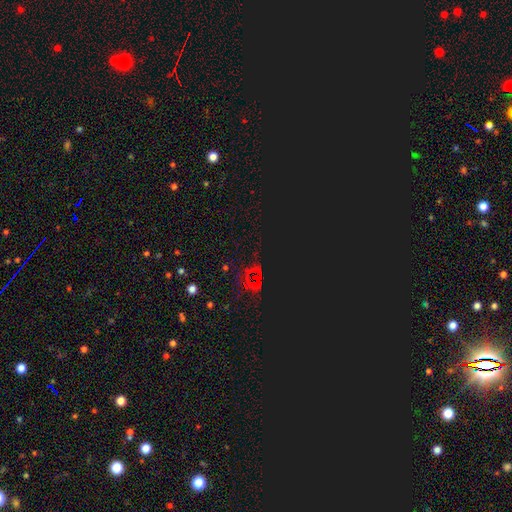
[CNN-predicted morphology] Q: Smooth or featured?
A: star or artifact (82%); runner-up: smooth (12%)